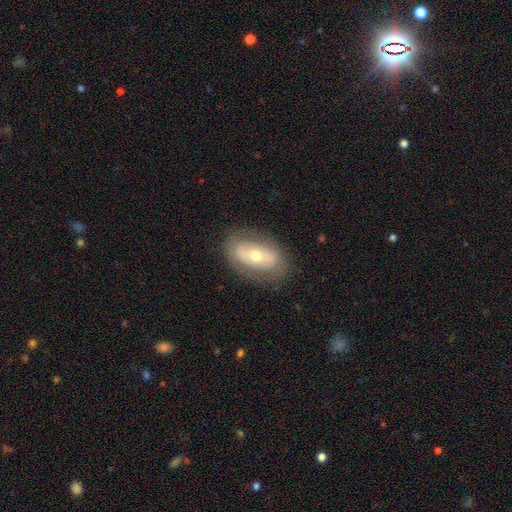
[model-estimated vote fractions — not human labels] A featured or disk galaxy (50%).

Vote fractions:
- Smooth or featured? featured or disk: 50% / smooth: 42% / star or artifact: 7%
- Edge-on disk? no: 88% / yes: 12%
- Merging? none: 79% / minor disturbance: 14% / major disturbance: 6% / merger: 1%